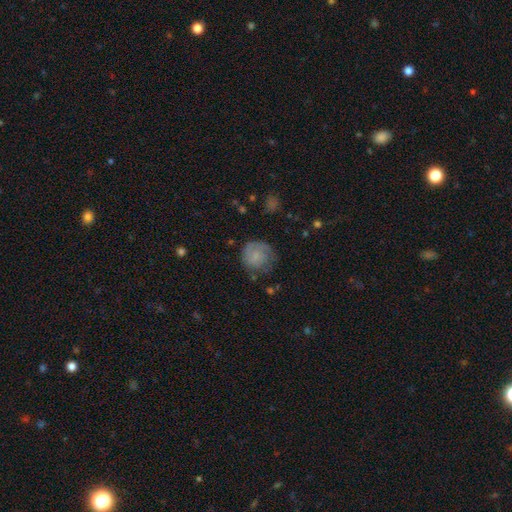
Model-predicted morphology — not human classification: Q: Smooth or featured?
A: smooth (67%); runner-up: featured or disk (25%)
Q: How rounded?
A: round (88%); runner-up: in between (11%)
Q: Merging?
A: none (62%); runner-up: minor disturbance (25%)